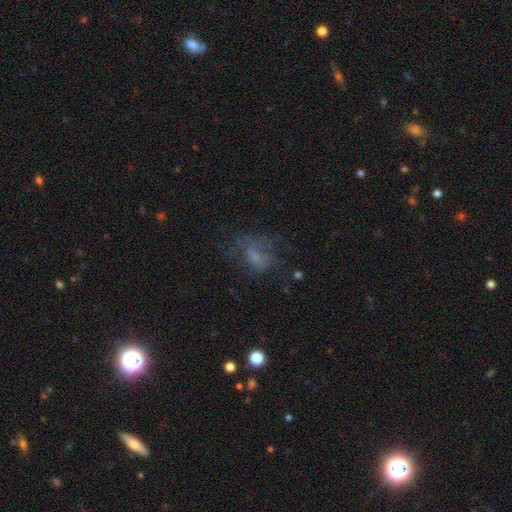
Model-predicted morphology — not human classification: Q: Smooth or featured?
A: smooth (44%); runner-up: featured or disk (37%)
Q: Merging?
A: none (44%); runner-up: major disturbance (32%)